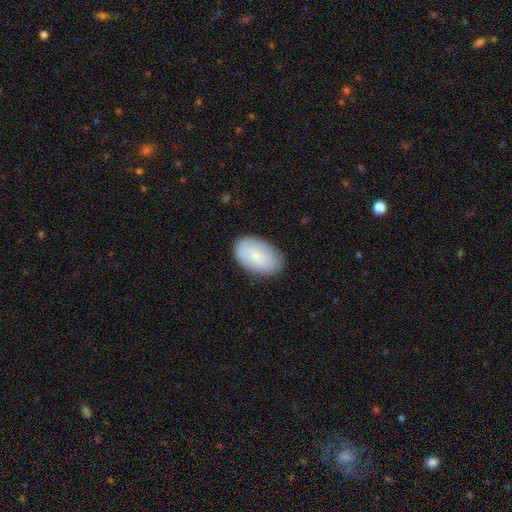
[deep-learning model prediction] Smooth or featured? smooth (76%)
How rounded? in between (92%)
Merging? none (82%)